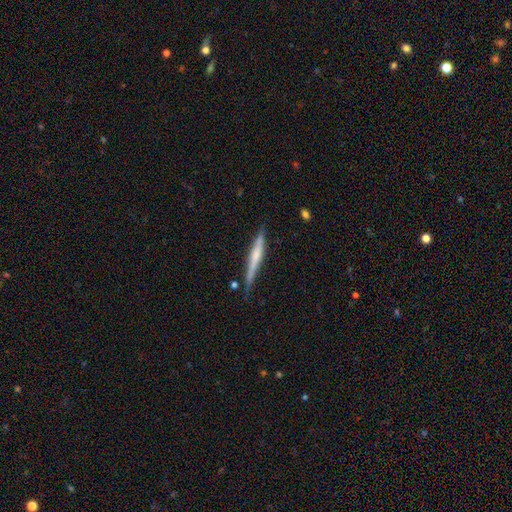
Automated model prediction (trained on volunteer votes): smooth_or_featured: featured or disk (p=0.54) [alt: smooth p=0.40]
disk_edge_on: yes (p=0.97) [alt: no p=0.03]
edge_on_bulge: rounded (p=0.45) [alt: none p=0.41]
merging: none (p=0.78) [alt: minor disturbance p=0.17]